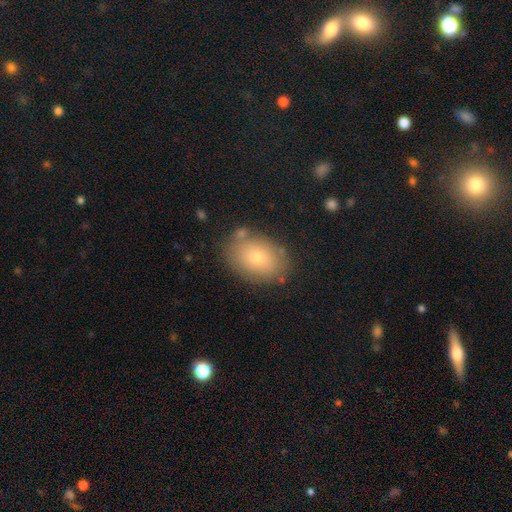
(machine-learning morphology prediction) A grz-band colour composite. It shows a smooth galaxy with no disk features (72%) that is in between round and cigar-shaped (74%). Merging: none (78%).